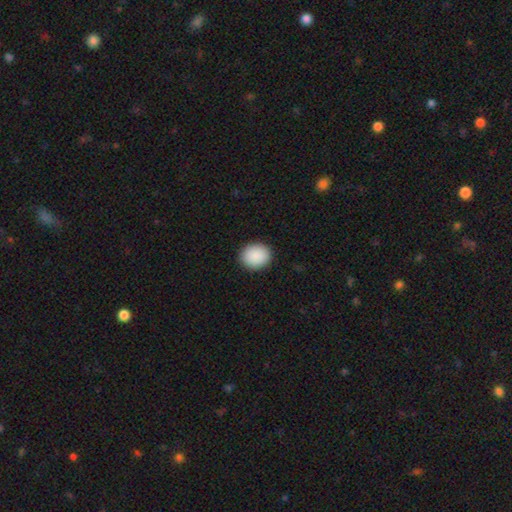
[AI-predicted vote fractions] A smooth galaxy with no disk features (90%) that is round (65%).

Vote fractions:
- Smooth or featured? smooth: 90% / star or artifact: 7% / featured or disk: 3%
- How rounded? round: 65% / in between: 34% / cigar-shaped: 1%
- Merging? none: 91% / minor disturbance: 7% / major disturbance: 2% / merger: 1%